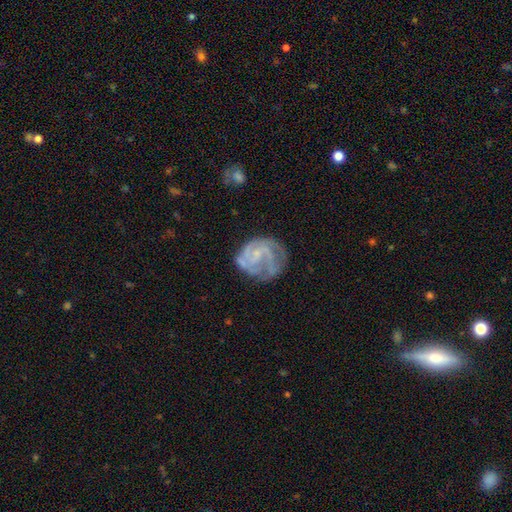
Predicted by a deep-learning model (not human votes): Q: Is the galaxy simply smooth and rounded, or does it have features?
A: featured or disk — 78%.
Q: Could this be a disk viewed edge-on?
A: no — 98%.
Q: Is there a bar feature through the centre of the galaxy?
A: no — 55%.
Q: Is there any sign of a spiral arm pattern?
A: yes — 88%.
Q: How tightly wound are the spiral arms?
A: tight — 48%.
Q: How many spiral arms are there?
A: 3 — 31%.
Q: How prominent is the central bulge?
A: small — 57%.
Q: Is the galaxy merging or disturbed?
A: none — 57%.